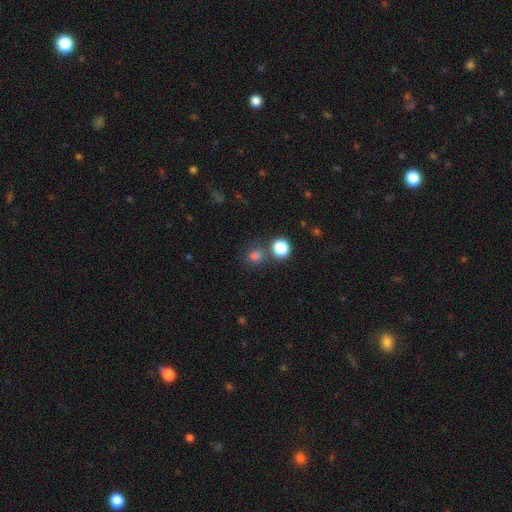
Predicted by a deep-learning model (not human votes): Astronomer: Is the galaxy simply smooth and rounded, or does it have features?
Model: smooth — 73%.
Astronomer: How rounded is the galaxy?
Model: round — 79%.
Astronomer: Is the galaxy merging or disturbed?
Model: none — 71%.